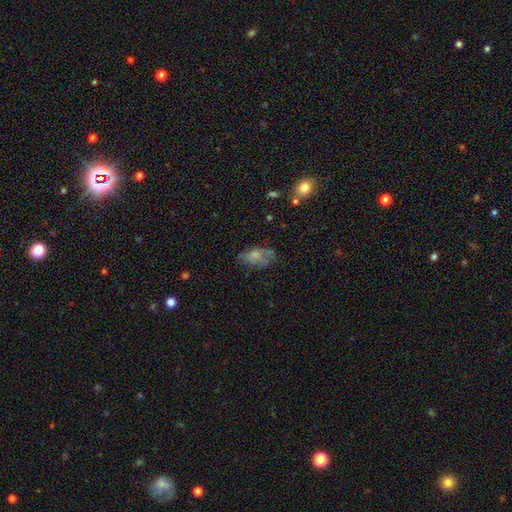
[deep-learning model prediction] This is possibly a smooth galaxy (56%). How rounded: clearly in between (89%). Merging: possibly none (47%).